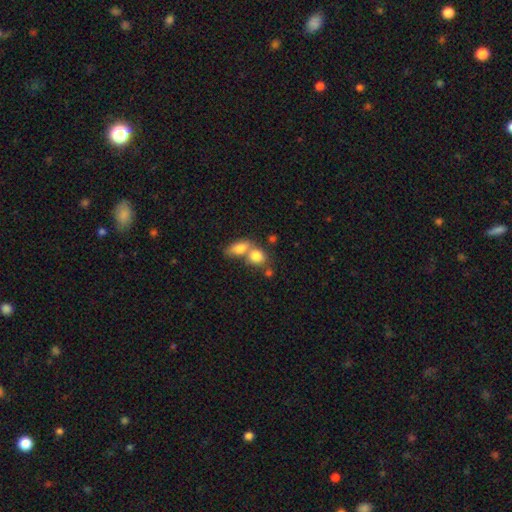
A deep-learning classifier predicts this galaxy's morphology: Smooth or featured?
  - smooth: 80% *
  - featured or disk: 11%
  - star or artifact: 9%
How rounded?
  - round: 49% * (tied)
  - in between: 49% * (tied)
  - cigar-shaped: 2%
Merging?
  - merger: 56% *
  - none: 33%
  - minor disturbance: 8%
  - major disturbance: 4%